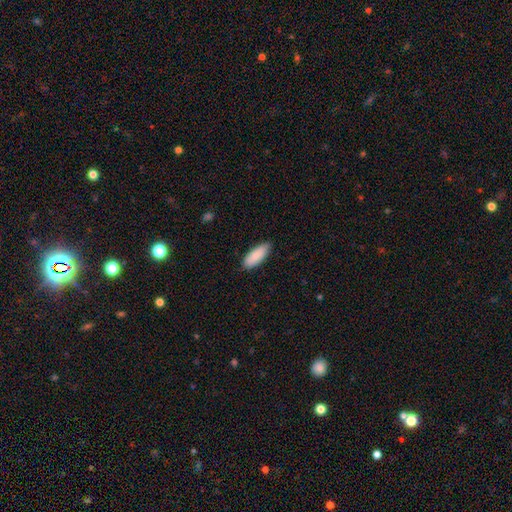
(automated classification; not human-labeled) A smooth galaxy with no disk features (89%) that is in between round and cigar-shaped (72%).

Vote fractions:
- Smooth or featured? smooth: 89% / featured or disk: 6% / star or artifact: 6%
- How rounded? in between: 72% / cigar-shaped: 26% / round: 2%
- Merging? none: 84% / minor disturbance: 13% / major disturbance: 2% / merger: 1%